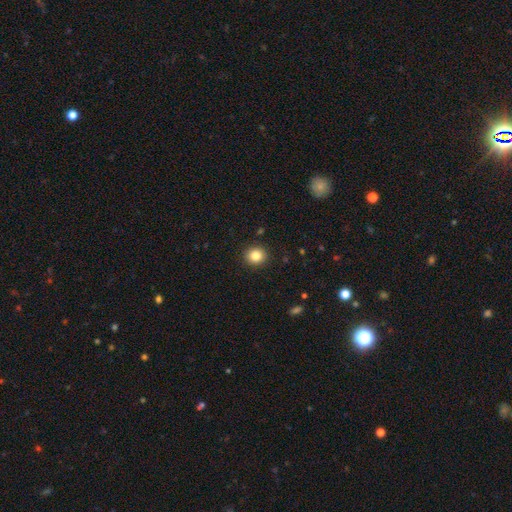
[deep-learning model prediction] This appears to be a smooth galaxy with no disk features (83%) that is round (84%). Merging: none (92%).